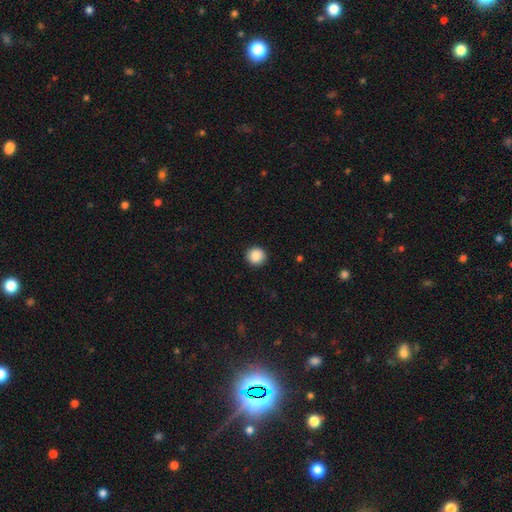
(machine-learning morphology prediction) smooth_or_featured: smooth (p=0.89) [alt: star or artifact p=0.08]
how_rounded: round (p=0.94) [alt: in between p=0.05]
merging: none (p=0.92) [alt: minor disturbance p=0.05]